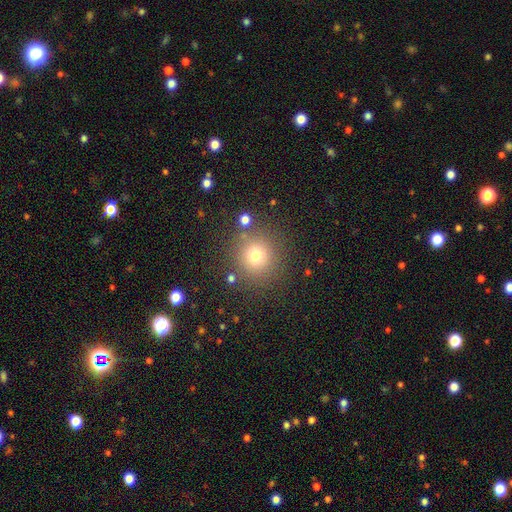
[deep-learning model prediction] Morphology: type=smooth (71%); roundness=round (94%); merging=none (84%).